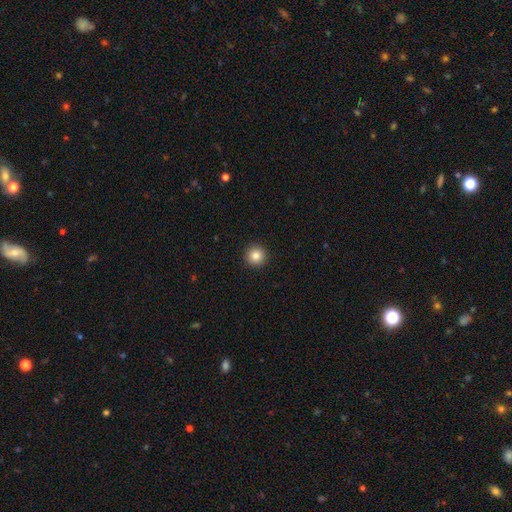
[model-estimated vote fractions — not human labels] Overall: smooth (85%). How rounded: round (96%). Merging: none (93%).